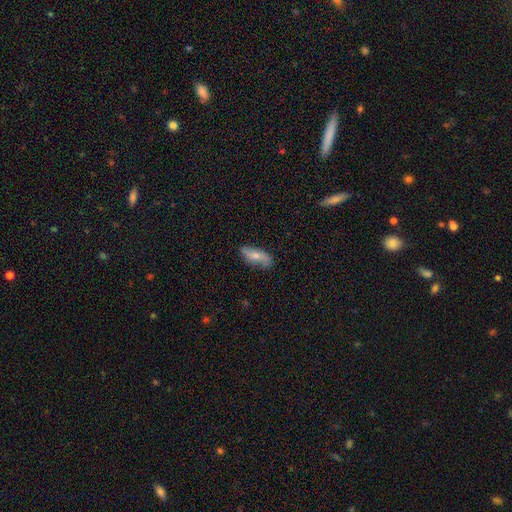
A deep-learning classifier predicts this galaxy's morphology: smooth 56%, featured or disk 38%, star or artifact 6%. Down the decision tree: how rounded — in between (73%); merging — none (75%).